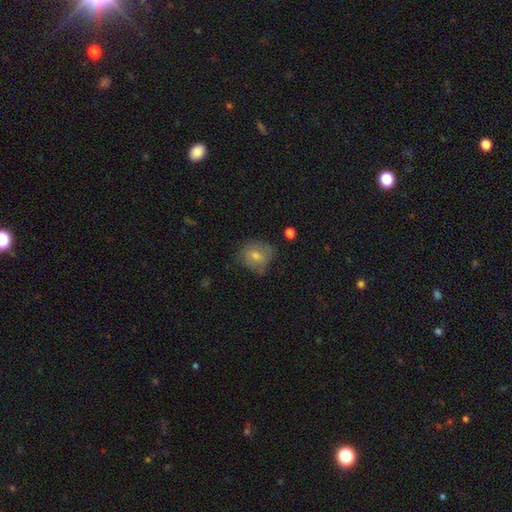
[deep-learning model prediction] A smooth galaxy with no disk features (55%) that is round (69%). Merging: none (67%).